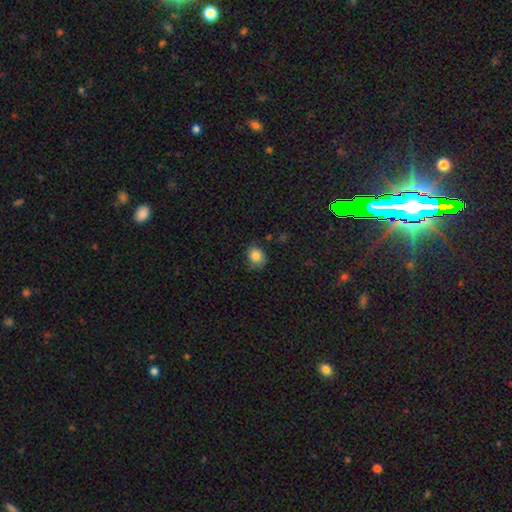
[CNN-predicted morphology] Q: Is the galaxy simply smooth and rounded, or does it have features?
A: smooth — 84%.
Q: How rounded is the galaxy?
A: round — 64%.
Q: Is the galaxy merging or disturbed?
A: none — 70%.